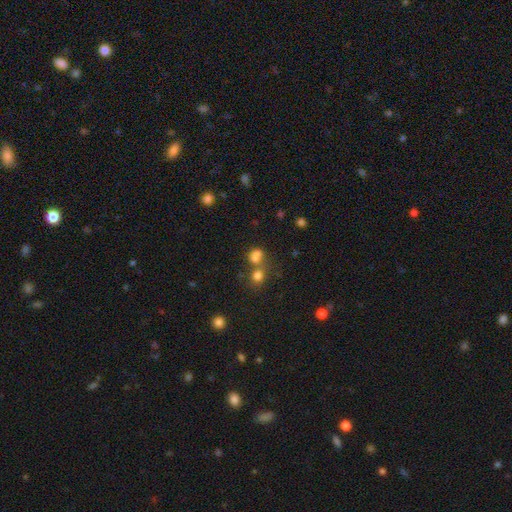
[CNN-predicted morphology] Overall: smooth (72%). How rounded: round (62%; in between 36%). Merging: merger (49%; none 35%).